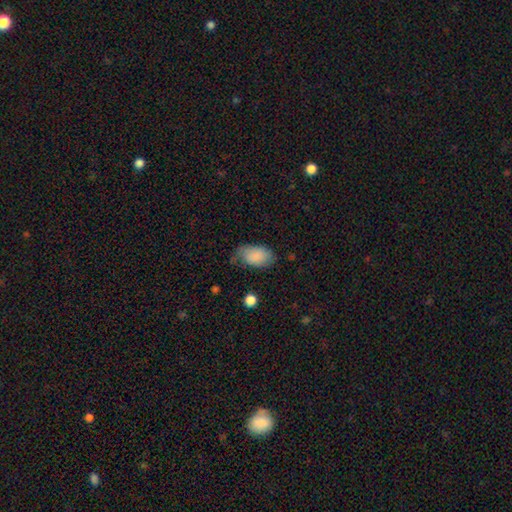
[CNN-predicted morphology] A smooth galaxy with no disk features (83%) that is in between round and cigar-shaped (93%). Merging: none (49%).